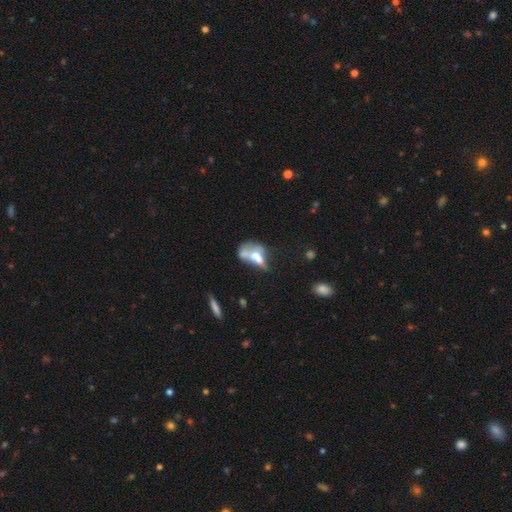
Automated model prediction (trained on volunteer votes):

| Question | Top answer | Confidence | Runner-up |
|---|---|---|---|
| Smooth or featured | smooth | 47% | featured or disk (42%) |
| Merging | merger | 58% | major disturbance (17%) |